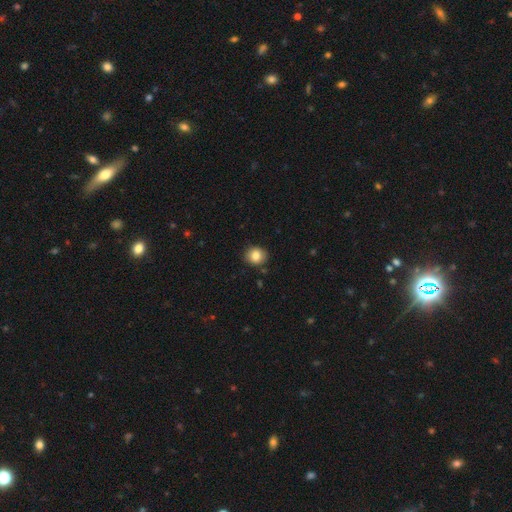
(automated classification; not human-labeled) Smooth or featured: smooth — 83% (star or artifact — 10%)
How rounded: round — 79% (in between — 20%)
Merging: none — 89% (minor disturbance — 8%)